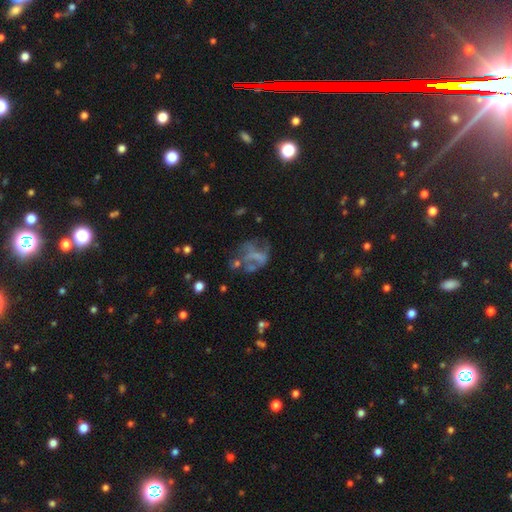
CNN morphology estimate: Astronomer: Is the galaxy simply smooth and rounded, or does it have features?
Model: featured or disk — 51% (runner-up: smooth, 30%).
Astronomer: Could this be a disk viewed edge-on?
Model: no — 97%.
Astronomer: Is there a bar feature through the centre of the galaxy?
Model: no — 79%.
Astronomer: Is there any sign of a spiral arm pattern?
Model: no — 84%.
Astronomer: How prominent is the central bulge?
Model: none — 72%.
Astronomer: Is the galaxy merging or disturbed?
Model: none — 36% (runner-up: major disturbance, 35%).